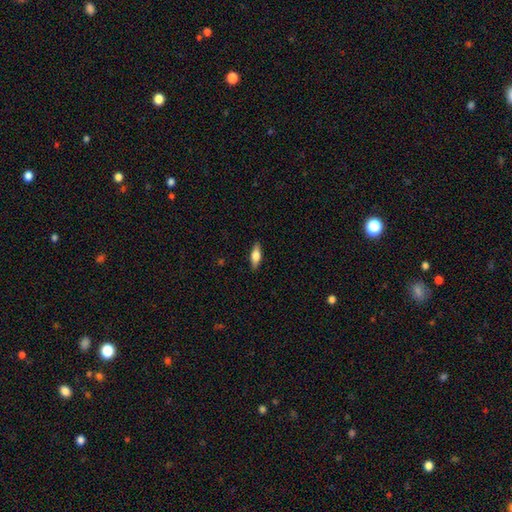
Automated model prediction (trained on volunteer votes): Smooth or featured? smooth (64%)
How rounded? in between (64%)
Merging? none (88%)